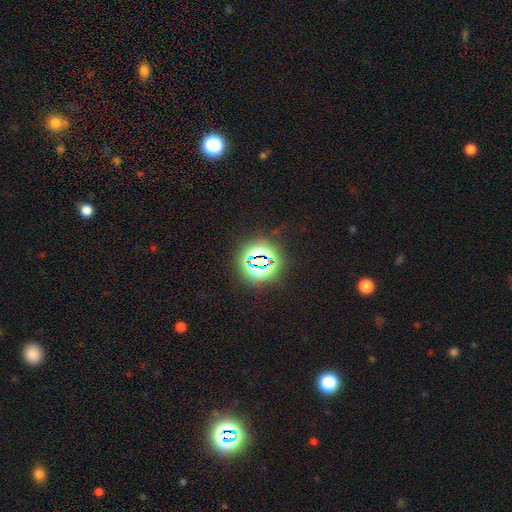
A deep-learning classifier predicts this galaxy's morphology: Smooth or featured? star or artifact (77%)